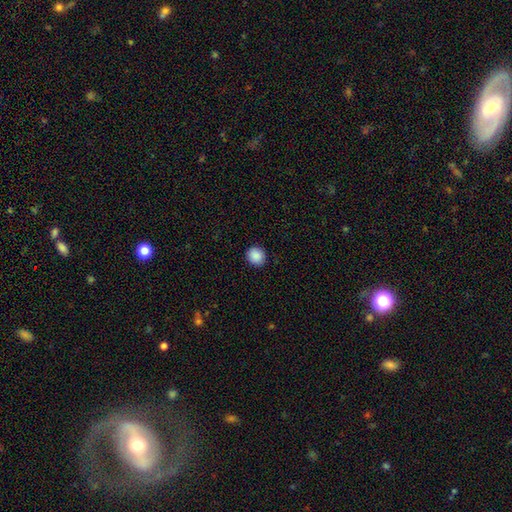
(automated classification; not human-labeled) Q: Smooth or featured?
A: smooth (89%); runner-up: star or artifact (8%)
Q: How rounded?
A: round (89%); runner-up: in between (11%)
Q: Merging?
A: none (92%); runner-up: minor disturbance (6%)